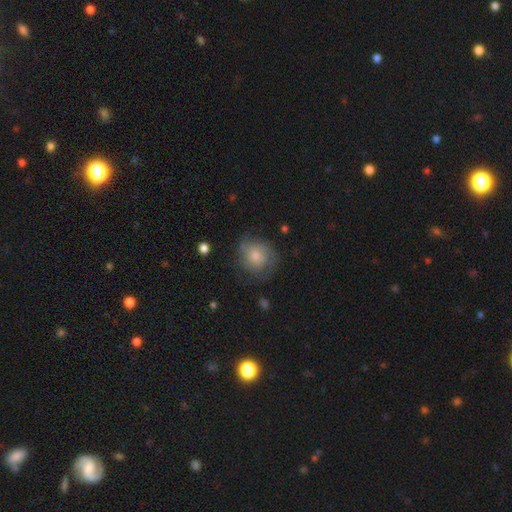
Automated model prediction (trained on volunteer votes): smooth_or_featured: smooth (p=0.60) [alt: featured or disk p=0.32]
how_rounded: round (p=0.80) [alt: in between p=0.19]
merging: none (p=0.59) [alt: minor disturbance p=0.26]